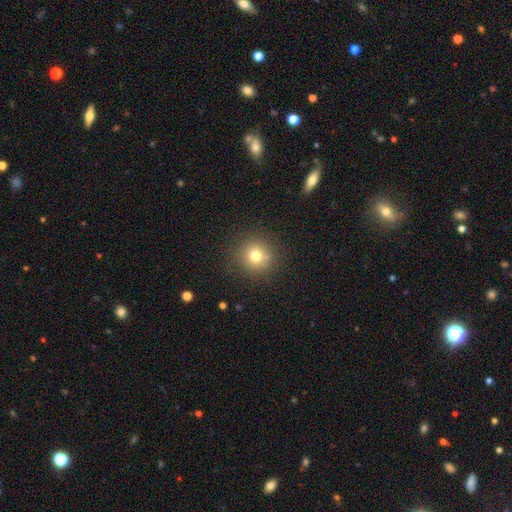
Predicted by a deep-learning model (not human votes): This appears to be a smooth galaxy with no disk features (75%) that is round (93%). Merging: none (85%).